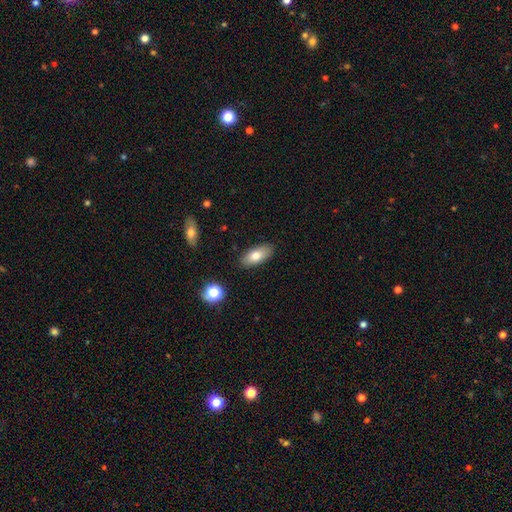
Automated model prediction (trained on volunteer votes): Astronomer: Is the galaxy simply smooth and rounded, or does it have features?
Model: smooth — 76%.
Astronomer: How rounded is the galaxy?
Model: in between — 87%.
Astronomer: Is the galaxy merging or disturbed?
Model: none — 87%.